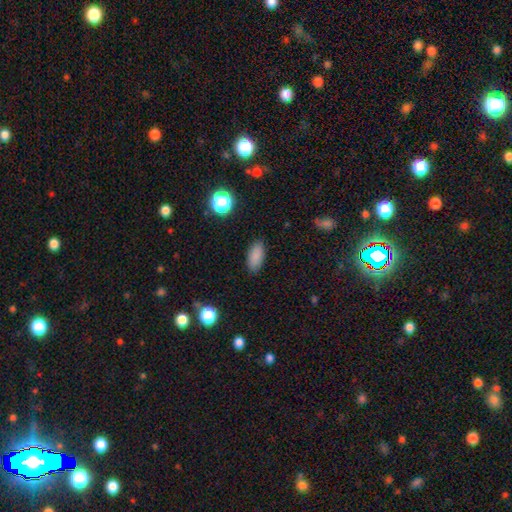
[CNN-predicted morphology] Smooth or featured: smooth — 86% (star or artifact — 9%)
How rounded: in between — 88% (cigar-shaped — 9%)
Merging: none — 87% (minor disturbance — 10%)